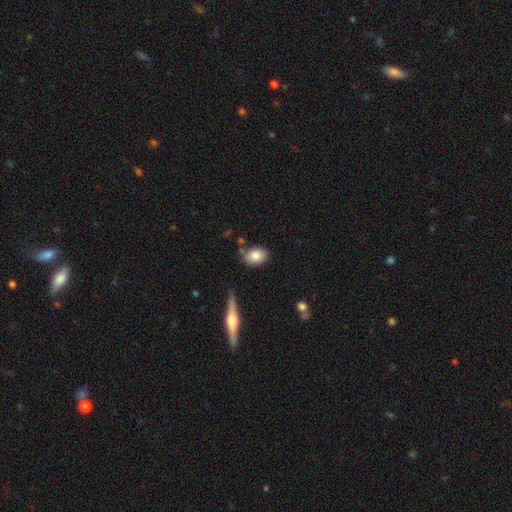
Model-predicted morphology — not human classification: A smooth galaxy with no disk features (84%) that is in between round and cigar-shaped (76%). Merging: none (79%).